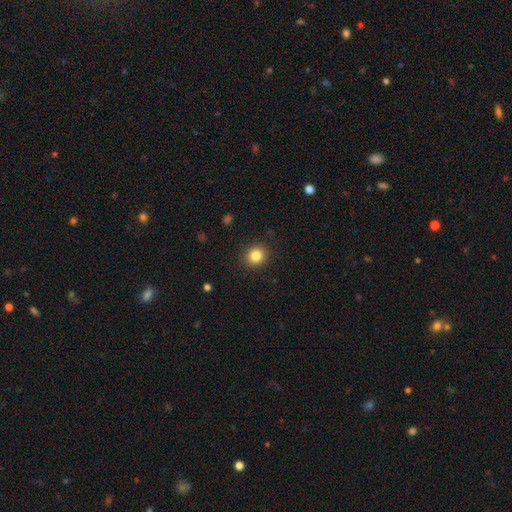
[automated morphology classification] Smooth or featured: smooth — 84% (star or artifact — 11%)
How rounded: round — 80% (in between — 19%)
Merging: none — 90% (minor disturbance — 7%)